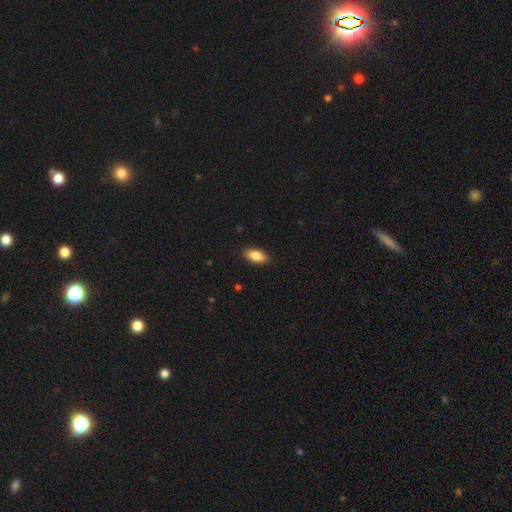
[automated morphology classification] Smooth or featured?
  - smooth: 85% *
  - featured or disk: 9%
  - star or artifact: 7%
How rounded?
  - in between: 88% *
  - cigar-shaped: 9%
  - round: 3%
Merging?
  - none: 89% *
  - minor disturbance: 8%
  - major disturbance: 2%
  - merger: 1%